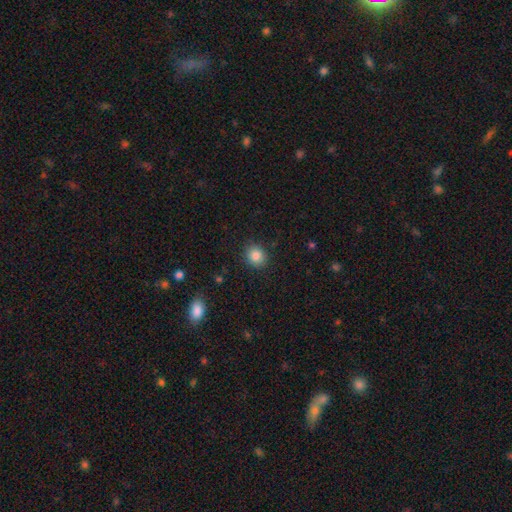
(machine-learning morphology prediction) Smooth or featured? Predicted: smooth (p=0.86). How rounded? Predicted: round (p=0.71). Merging? Predicted: none (p=0.88).